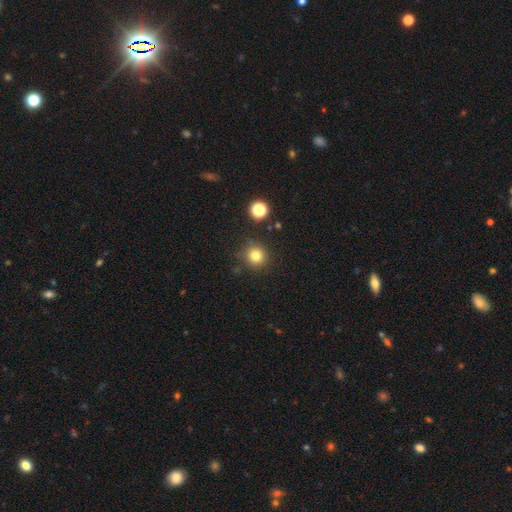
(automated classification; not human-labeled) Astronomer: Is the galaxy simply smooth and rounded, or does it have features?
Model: smooth — 80%.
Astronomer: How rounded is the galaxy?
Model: round — 93%.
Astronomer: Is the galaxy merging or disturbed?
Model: none — 85%.